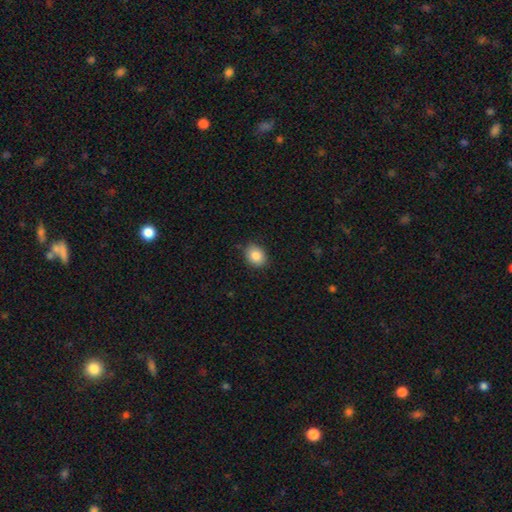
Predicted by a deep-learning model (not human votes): smooth-or-featured: smooth: 86% | star or artifact: 8% | featured or disk: 6%
  how-rounded: in between: 51% | round: 48% | cigar-shaped: 1%
  merging: none: 85% | minor disturbance: 11% | major disturbance: 2% | merger: 1%